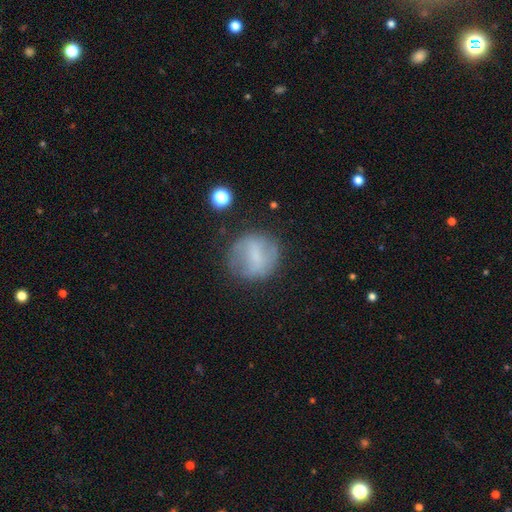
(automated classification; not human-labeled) Smooth or featured: smooth — 51% (featured or disk — 40%)
How rounded: round — 82% (in between — 17%)
Merging: none — 70% (minor disturbance — 18%)